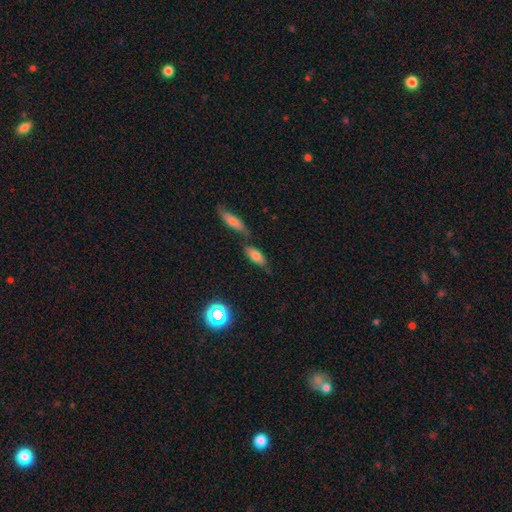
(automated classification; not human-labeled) This appears to be a smooth galaxy with no disk features (72%) that is in between round and cigar-shaped (77%). Merging: none (54%).